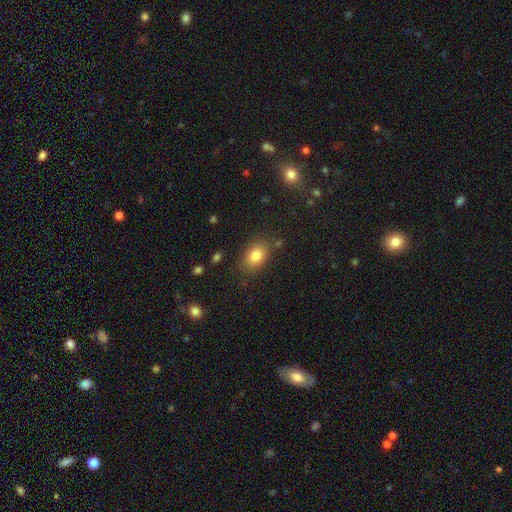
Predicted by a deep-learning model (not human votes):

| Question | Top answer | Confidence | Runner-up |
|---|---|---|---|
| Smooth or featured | smooth | 82% | star or artifact (10%) |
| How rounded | in between | 78% | round (21%) |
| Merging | none | 82% | minor disturbance (12%) |